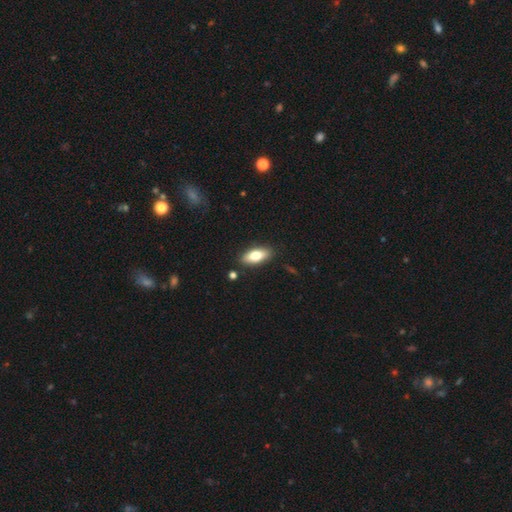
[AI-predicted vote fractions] smooth_or_featured: smooth (p=0.76) [alt: featured or disk p=0.18]
how_rounded: in between (p=0.83) [alt: cigar-shaped p=0.14]
merging: none (p=0.87) [alt: minor disturbance p=0.09]